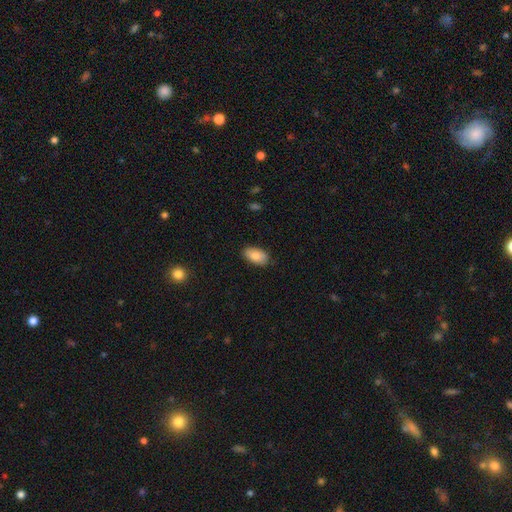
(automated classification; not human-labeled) smooth-or-featured: smooth: 85% | featured or disk: 8% | star or artifact: 7%
  how-rounded: in between: 94% | round: 3% | cigar-shaped: 2%
  merging: none: 85% | minor disturbance: 11% | major disturbance: 2% | merger: 1%